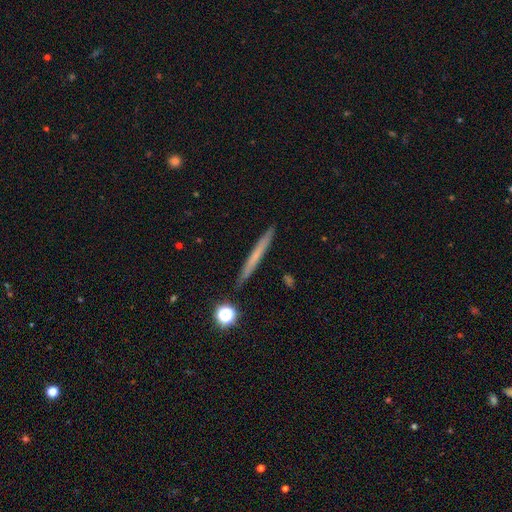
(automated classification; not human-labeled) A smooth galaxy with no disk features (56%) that is cigar-shaped (96%). Merging: none (91%).